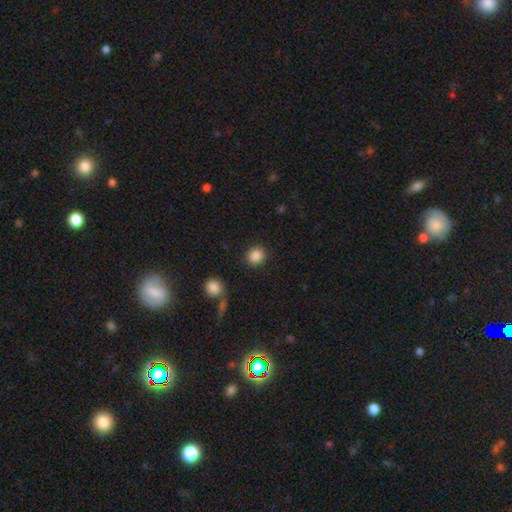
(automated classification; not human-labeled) Smooth or featured: smooth — 87% (star or artifact — 9%)
How rounded: round — 85% (in between — 14%)
Merging: none — 89% (minor disturbance — 6%)